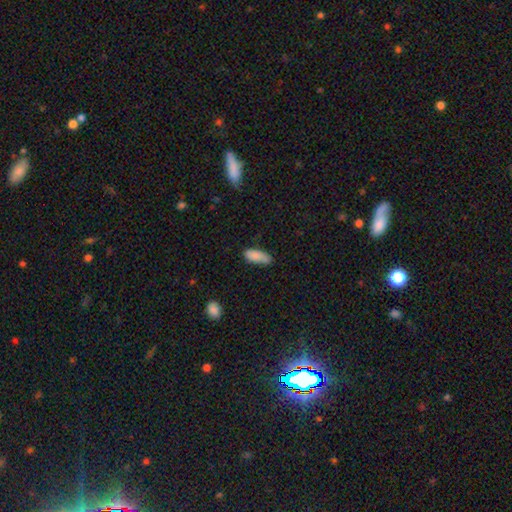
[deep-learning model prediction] Morphology: type=smooth (86%); roundness=in between (77%); merging=none (66%).